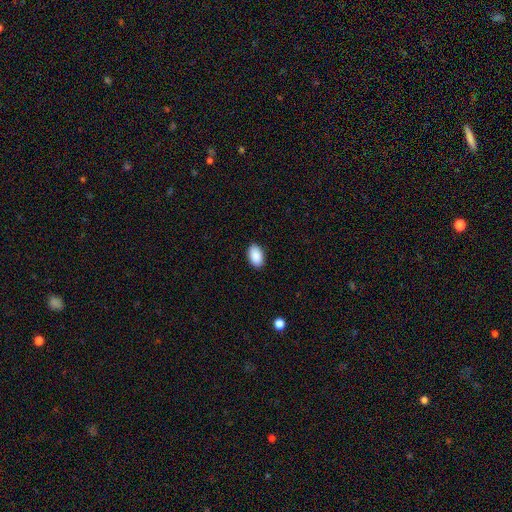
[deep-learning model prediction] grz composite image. It shows a smooth galaxy with no disk features (91%) that is in between round and cigar-shaped (93%). Merging: none (90%).